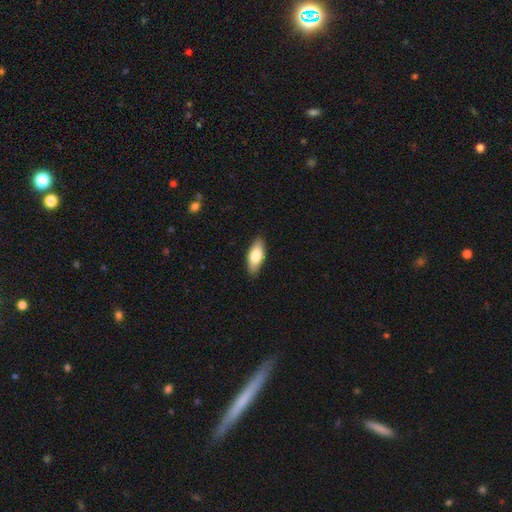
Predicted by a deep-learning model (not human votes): This appears to be a smooth galaxy with no disk features (74%) that is in between round and cigar-shaped (80%). Merging: none (88%).